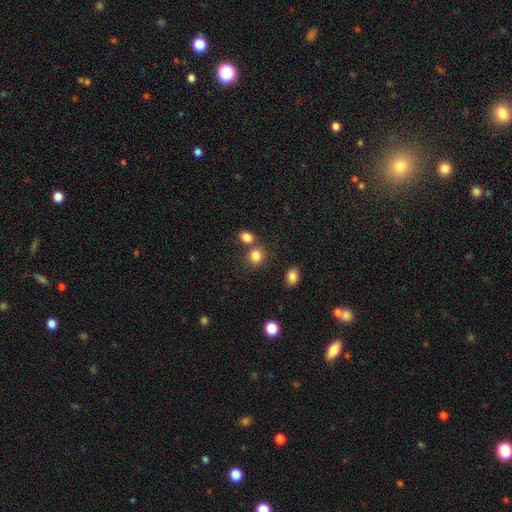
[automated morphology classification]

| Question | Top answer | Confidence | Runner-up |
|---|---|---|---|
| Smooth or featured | smooth | 83% | star or artifact (11%) |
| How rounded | round | 68% | in between (31%) |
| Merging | none | 63% | merger (24%) |